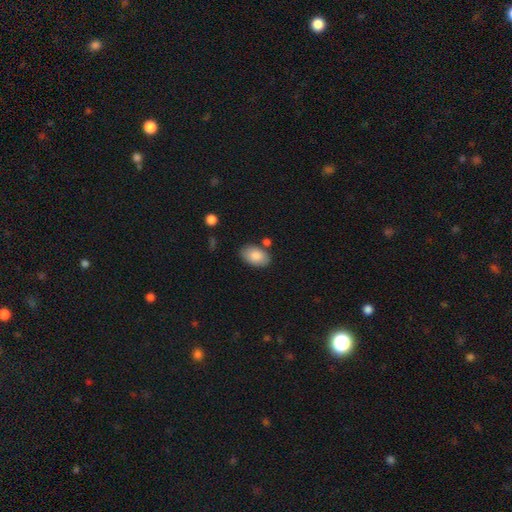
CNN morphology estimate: This is clearly a smooth galaxy (86%). How rounded: clearly in between (91%). Merging: likely none (78%).